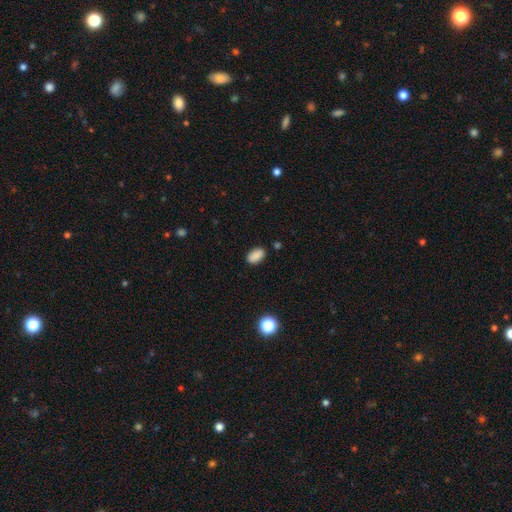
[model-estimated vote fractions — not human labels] smooth-or-featured: smooth: 88% | star or artifact: 9% | featured or disk: 4%
  how-rounded: in between: 92% | round: 6% | cigar-shaped: 2%
  merging: none: 85% | minor disturbance: 10% | major disturbance: 2% | merger: 2%